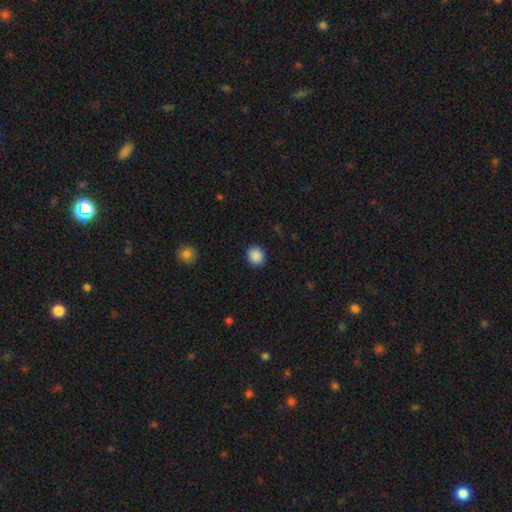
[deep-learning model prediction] A smooth galaxy with no disk features (89%) that is round (79%). Merging: none (90%).